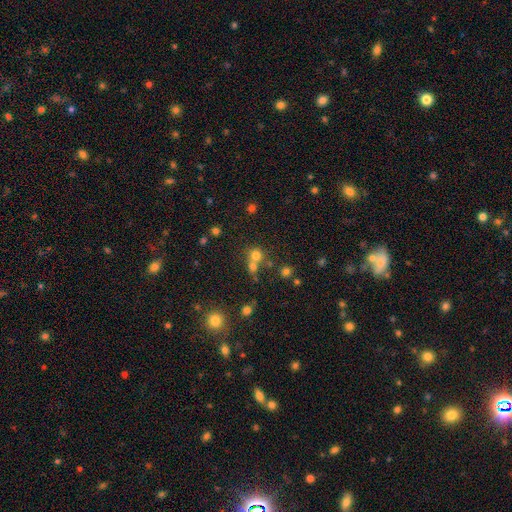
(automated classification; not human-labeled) Smooth or featured?
  - smooth: 71% *
  - star or artifact: 19%
  - featured or disk: 10%
How rounded?
  - round: 85% *
  - in between: 14%
  - cigar-shaped: 1%
Merging?
  - none: 45% *
  - merger: 44%
  - minor disturbance: 7%
  - major disturbance: 4%